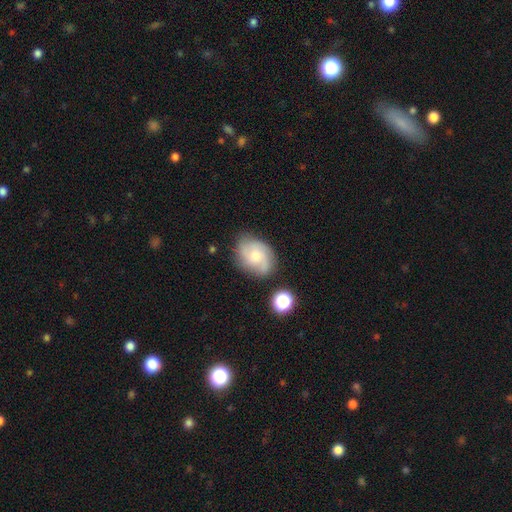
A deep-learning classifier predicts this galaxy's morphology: Smooth or featured? featured or disk (59%)
Edge-on disk? no (97%)
Bar? no (70%)
Spiral arms? yes (90%)
Spiral winding? medium (47%)
Spiral arm count? 2 (37%)
Bulge size? moderate (52%)
Merging? none (67%)